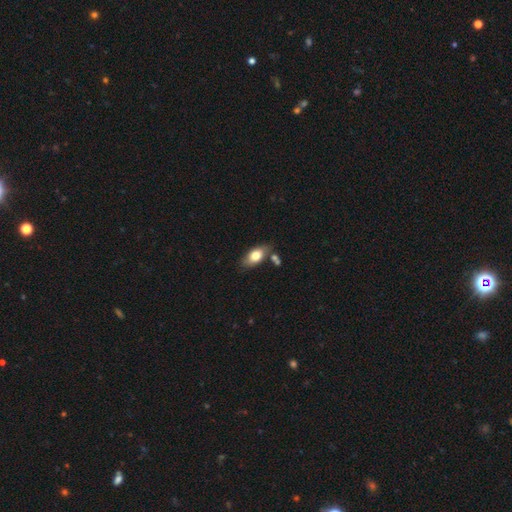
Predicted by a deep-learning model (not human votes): A smooth galaxy with no disk features (76%) that is in between round and cigar-shaped (89%). Merging: none (68%).